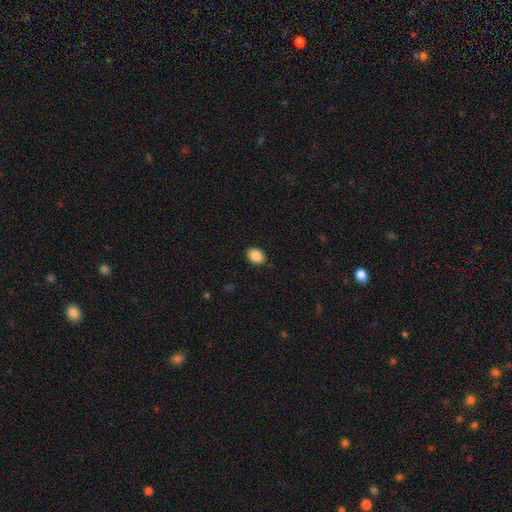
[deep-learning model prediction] Morphology: type=smooth (87%); roundness=in between (68%); merging=none (88%).